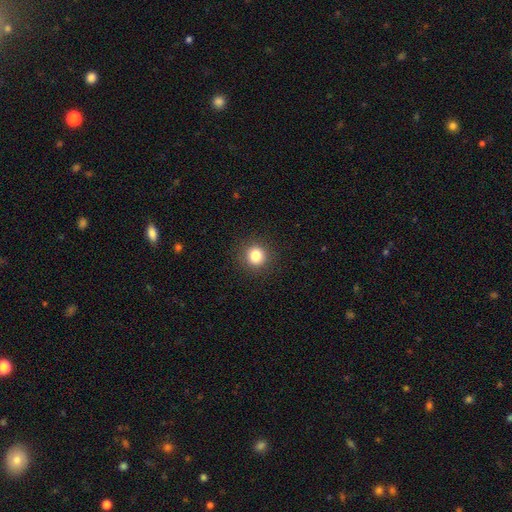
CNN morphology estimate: The model was most divided on "smooth or featured": smooth: 83%, star or artifact: 12%, featured or disk: 6%. More confident: how rounded — round (93%); merging — none (91%).